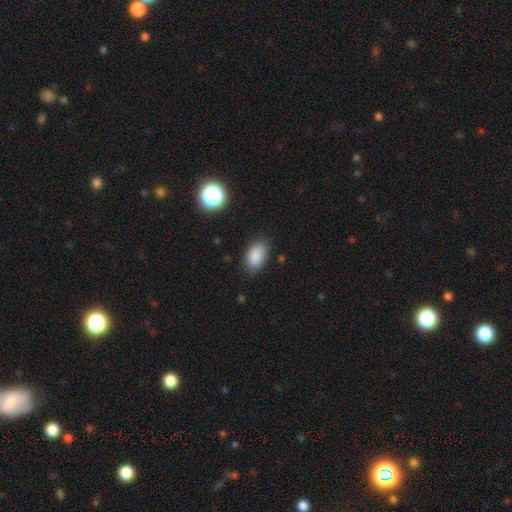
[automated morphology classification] smooth-or-featured: smooth: 87% | star or artifact: 8% | featured or disk: 5%
  how-rounded: in between: 91% | round: 6% | cigar-shaped: 2%
  merging: none: 79% | minor disturbance: 16% | major disturbance: 3% | merger: 1%